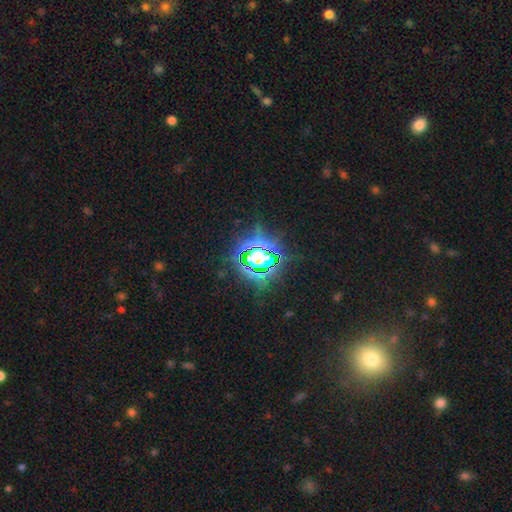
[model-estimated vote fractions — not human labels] This appears to be a star or artifact, not a galaxy (78%).